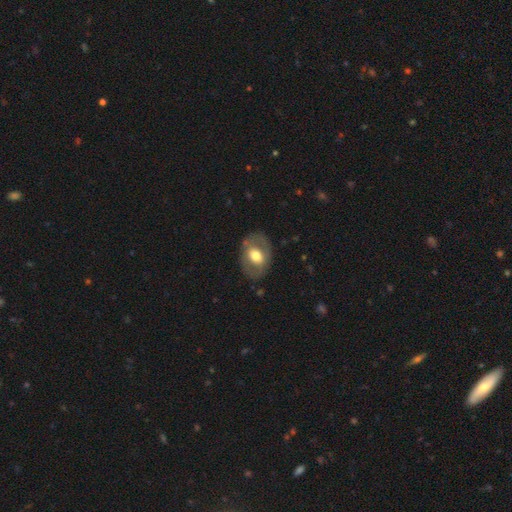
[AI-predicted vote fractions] smooth 51%, featured or disk 43%, star or artifact 6%. Down the decision tree: how rounded — in between (73%); merging — none (77%).